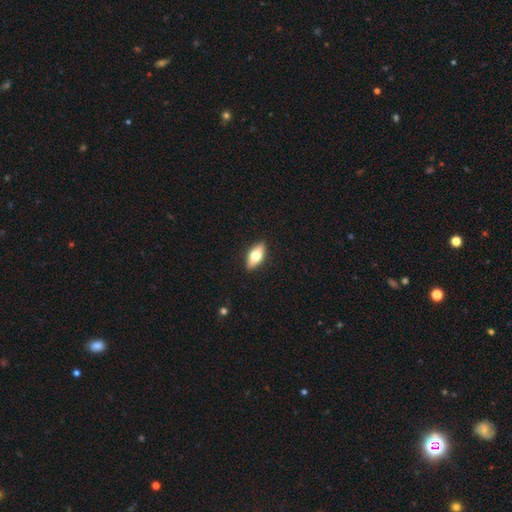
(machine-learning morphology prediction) Smooth or featured? smooth (68%)
How rounded? in between (84%)
Merging? none (90%)